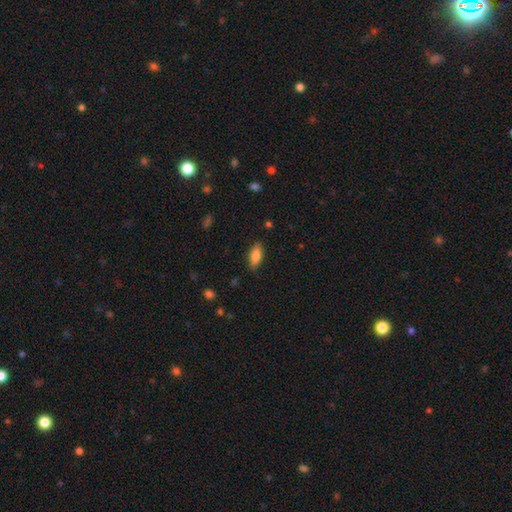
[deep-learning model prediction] Smooth or featured?
  - smooth: 78% *
  - featured or disk: 15%
  - star or artifact: 7%
How rounded?
  - in between: 78% *
  - cigar-shaped: 20%
  - round: 2%
Merging?
  - none: 85% *
  - minor disturbance: 12%
  - major disturbance: 2%
  - merger: 1%